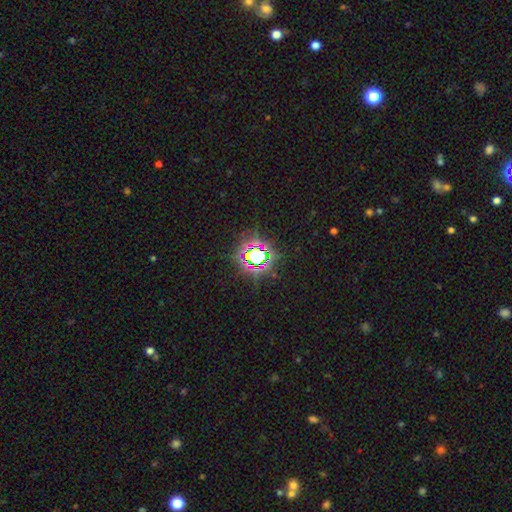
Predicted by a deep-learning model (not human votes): This appears to be a star or artifact, not a galaxy (77%).